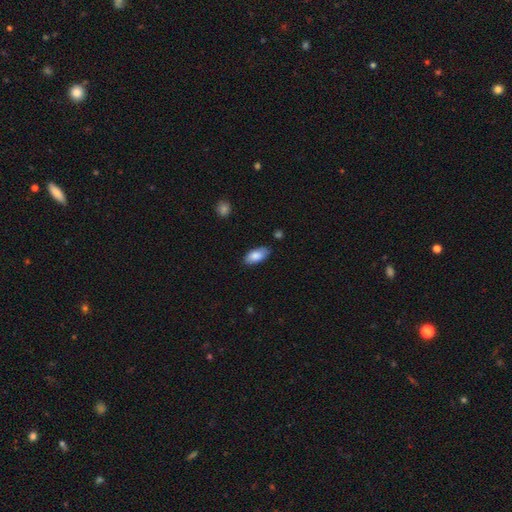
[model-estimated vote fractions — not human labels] Smooth or featured? smooth (83%)
How rounded? in between (91%)
Merging? none (79%)